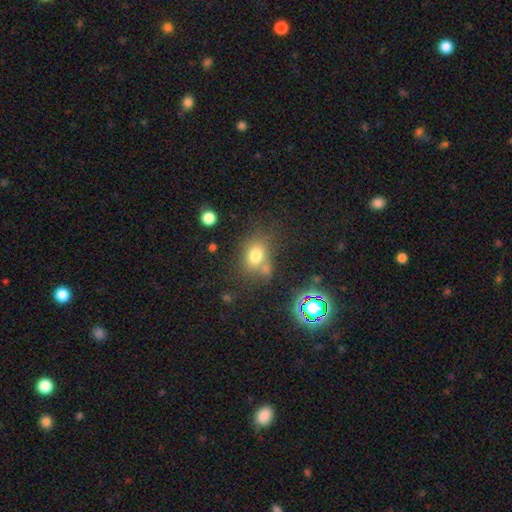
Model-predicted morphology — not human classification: Smooth or featured? Predicted: smooth (p=0.74). How rounded? Predicted: in between (p=0.57). Merging? Predicted: none (p=0.60).